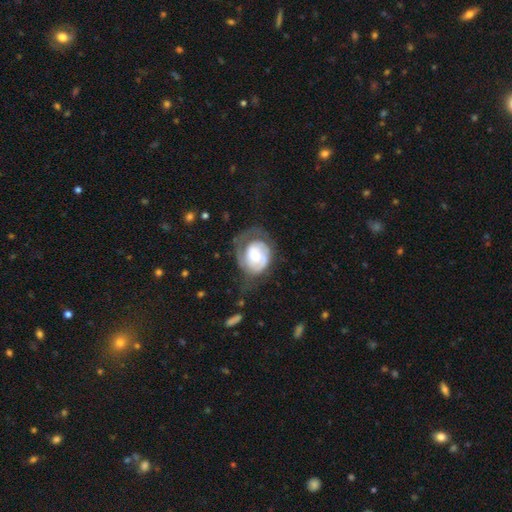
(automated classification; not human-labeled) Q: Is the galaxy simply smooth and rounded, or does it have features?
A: featured or disk — 64%.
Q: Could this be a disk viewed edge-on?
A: no — 97%.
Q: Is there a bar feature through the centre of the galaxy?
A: no — 74%.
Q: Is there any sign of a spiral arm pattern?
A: yes — 80%.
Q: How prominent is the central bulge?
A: moderate — 43%.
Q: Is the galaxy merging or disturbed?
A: none — 39%.